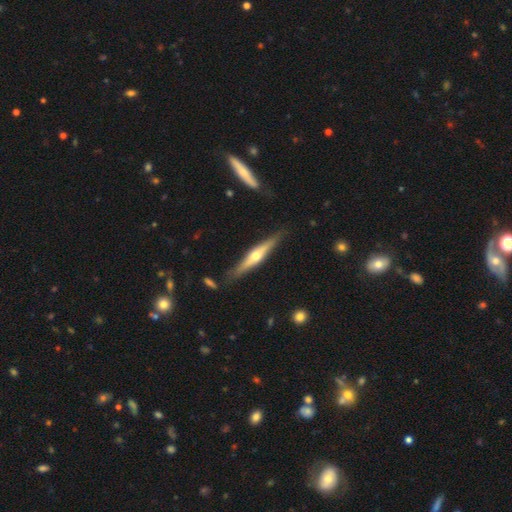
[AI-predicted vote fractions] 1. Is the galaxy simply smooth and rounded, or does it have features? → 68% featured or disk, 26% smooth, 5% star or artifact.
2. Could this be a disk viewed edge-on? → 96% yes, 4% no.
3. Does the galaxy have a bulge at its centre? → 91% rounded, 5% none, 5% boxy.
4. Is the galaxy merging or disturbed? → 85% none, 10% minor disturbance, 2% merger, 2% major disturbance.